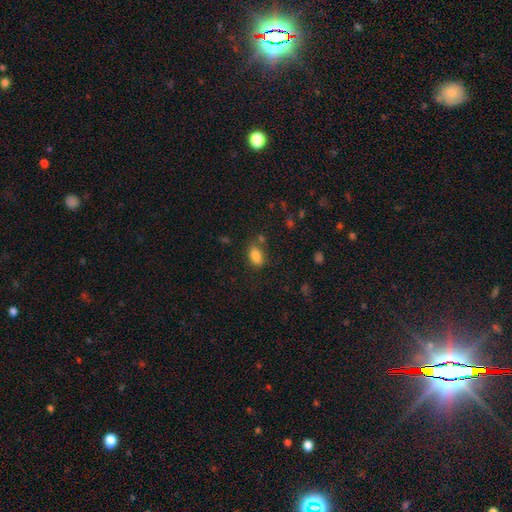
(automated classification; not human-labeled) Smooth or featured?
  - smooth: 84% *
  - star or artifact: 10%
  - featured or disk: 6%
How rounded?
  - in between: 87% *
  - round: 11%
  - cigar-shaped: 2%
Merging?
  - none: 69% *
  - minor disturbance: 16%
  - merger: 9%
  - major disturbance: 5%